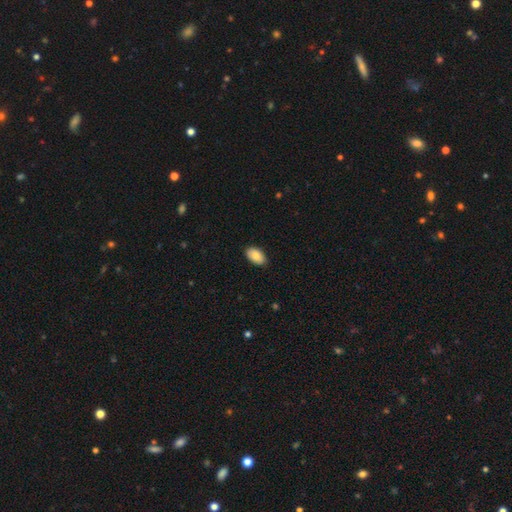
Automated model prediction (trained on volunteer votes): Smooth or featured?
  - smooth: 85% *
  - featured or disk: 9%
  - star or artifact: 7%
How rounded?
  - in between: 94% *
  - round: 4%
  - cigar-shaped: 1%
Merging?
  - none: 88% *
  - minor disturbance: 9%
  - major disturbance: 2%
  - merger: 1%